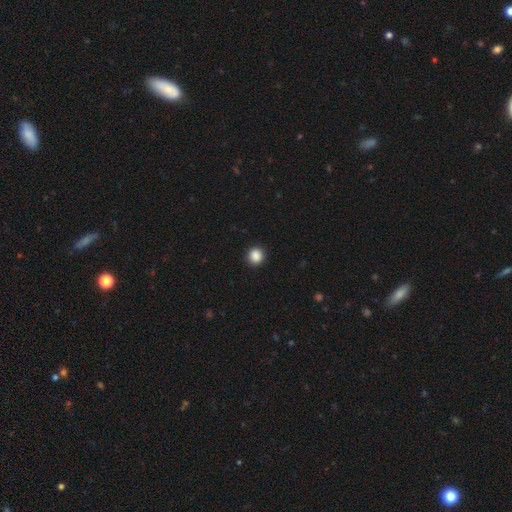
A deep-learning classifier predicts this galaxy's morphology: Q: Smooth or featured?
A: smooth (88%); runner-up: star or artifact (10%)
Q: How rounded?
A: round (91%); runner-up: in between (8%)
Q: Merging?
A: none (92%); runner-up: minor disturbance (5%)